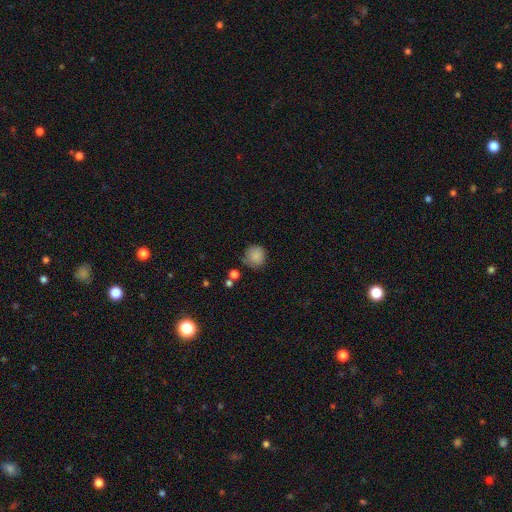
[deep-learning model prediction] A smooth galaxy with no disk features (85%) that is round (92%).

Vote fractions:
- Smooth or featured? smooth: 85% / star or artifact: 9% / featured or disk: 6%
- How rounded? round: 92% / in between: 7% / cigar-shaped: 1%
- Merging? none: 74% / minor disturbance: 17% / major disturbance: 4% / merger: 4%